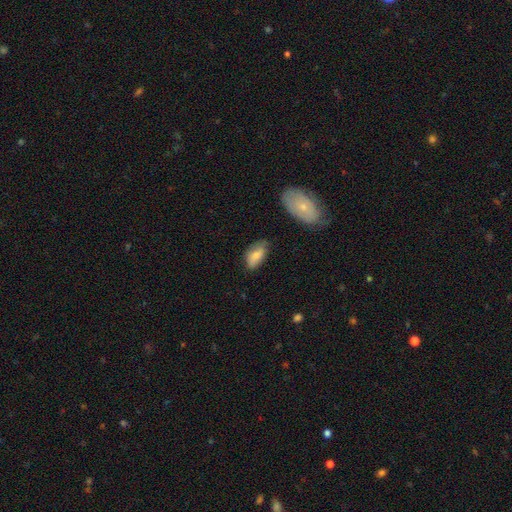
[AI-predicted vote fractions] smooth 77%, featured or disk 16%, star or artifact 7%. Down the decision tree: how rounded — in between (90%); merging — none (61%).